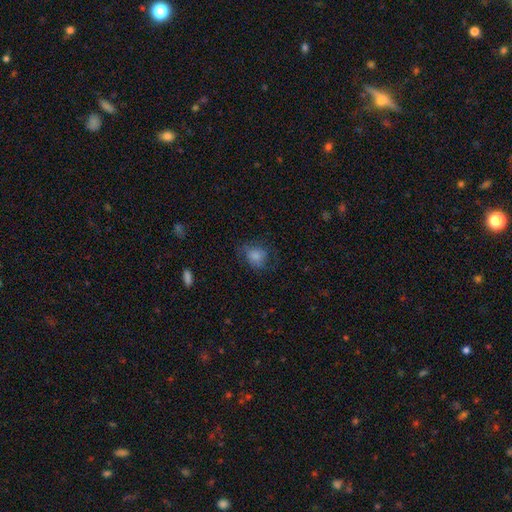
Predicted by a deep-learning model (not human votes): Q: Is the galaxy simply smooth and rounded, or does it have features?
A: smooth — 76%.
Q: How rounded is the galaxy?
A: round — 61%.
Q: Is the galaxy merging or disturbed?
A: none — 57%.